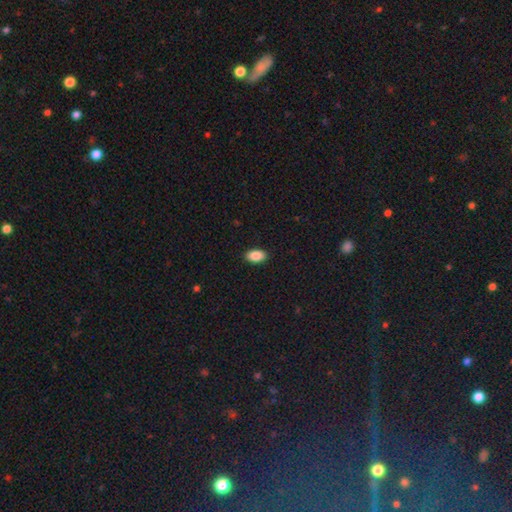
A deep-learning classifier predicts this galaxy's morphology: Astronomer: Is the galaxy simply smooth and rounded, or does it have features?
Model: smooth — 89%.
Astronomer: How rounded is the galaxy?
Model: in between — 94%.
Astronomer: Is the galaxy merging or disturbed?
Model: none — 90%.